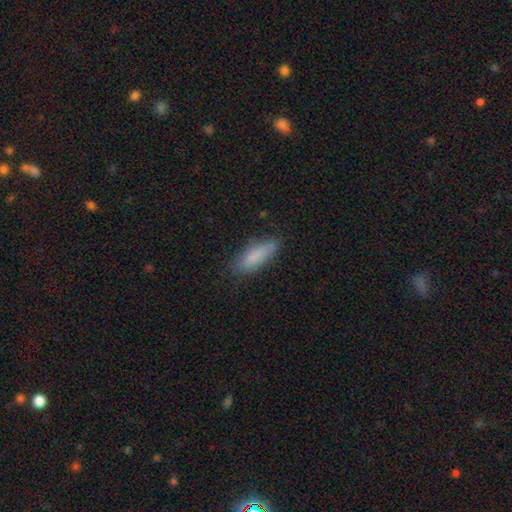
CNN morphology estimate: Smooth or featured: smooth — 83% (featured or disk — 10%)
How rounded: in between — 54% (cigar-shaped — 44%)
Merging: none — 76% (minor disturbance — 18%)